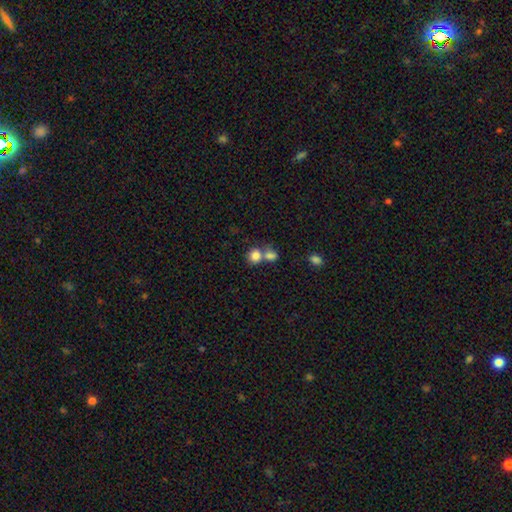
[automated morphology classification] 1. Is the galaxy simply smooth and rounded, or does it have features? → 81% smooth, 10% star or artifact, 9% featured or disk.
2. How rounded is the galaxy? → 75% round, 24% in between, 1% cigar-shaped.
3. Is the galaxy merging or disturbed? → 51% merger, 38% none, 7% minor disturbance, 4% major disturbance.